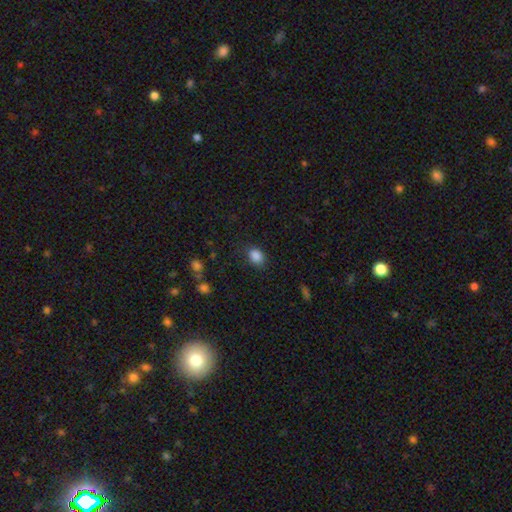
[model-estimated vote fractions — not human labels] Smooth or featured: smooth — 87% (star or artifact — 10%)
How rounded: in between — 66% (round — 33%)
Merging: none — 80% (minor disturbance — 14%)